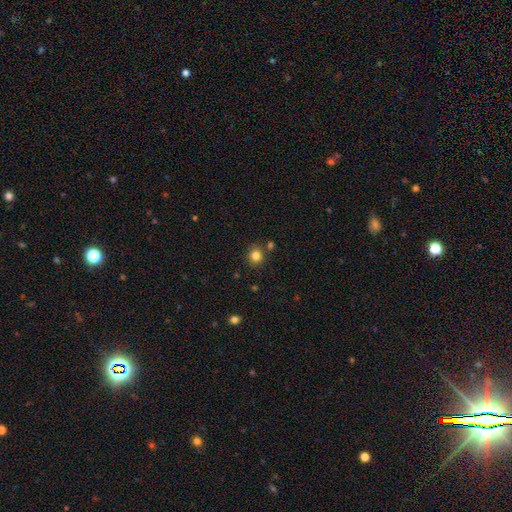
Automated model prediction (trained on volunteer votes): smooth 82%, star or artifact 13%, featured or disk 5%. Down the decision tree: how rounded — round (90%); merging — none (83%).